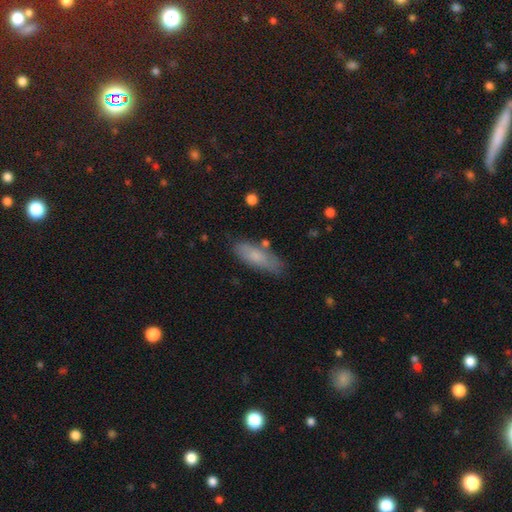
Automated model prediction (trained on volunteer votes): smooth 75%, featured or disk 18%, star or artifact 7%. Down the decision tree: how rounded — in between (58%); merging — none (75%).